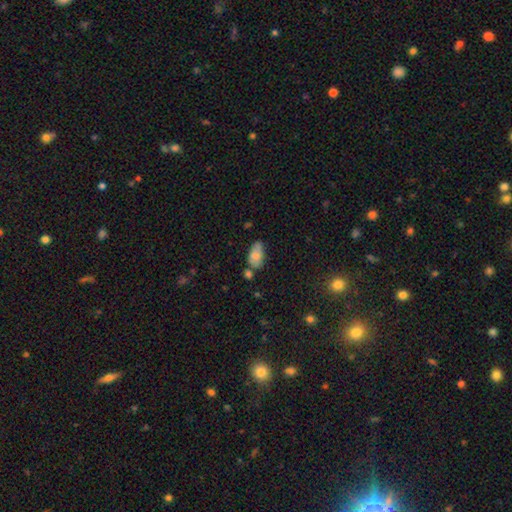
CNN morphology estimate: type=smooth (78%); roundness=in between (92%); merging=none (45%).